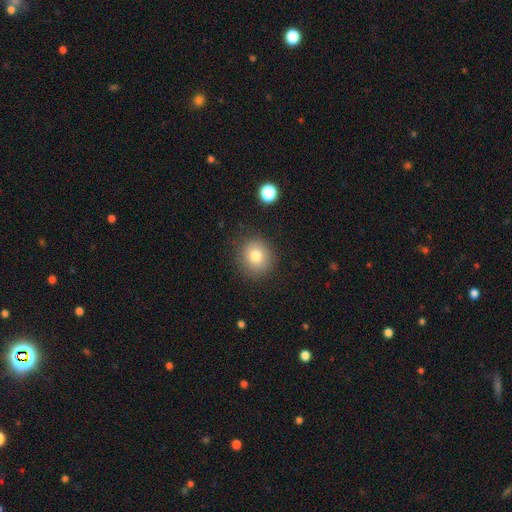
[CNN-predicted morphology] This appears to be a smooth galaxy with no disk features (78%) that is round (84%). Merging: none (86%).